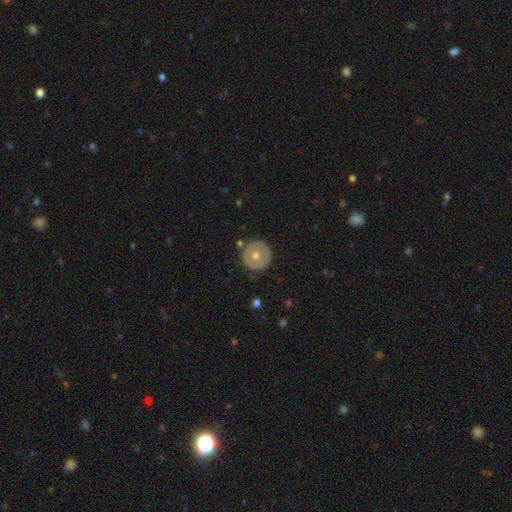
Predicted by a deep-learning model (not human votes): Smooth or featured? Predicted: featured or disk (p=0.47, tied with smooth). Merging? Predicted: none (p=0.85).